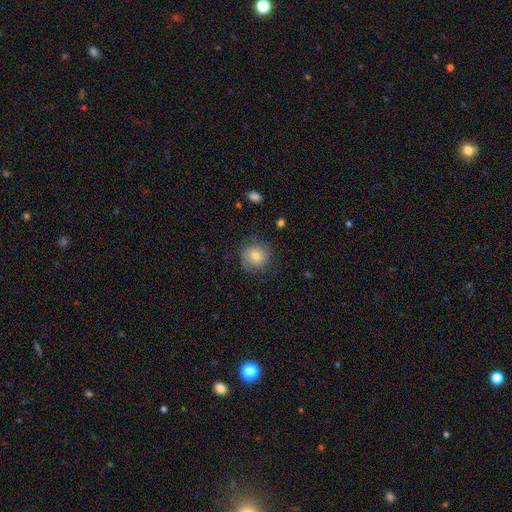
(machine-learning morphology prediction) Smooth or featured: smooth — 58% (featured or disk — 32%)
How rounded: round — 87% (in between — 12%)
Merging: none — 72% (minor disturbance — 18%)